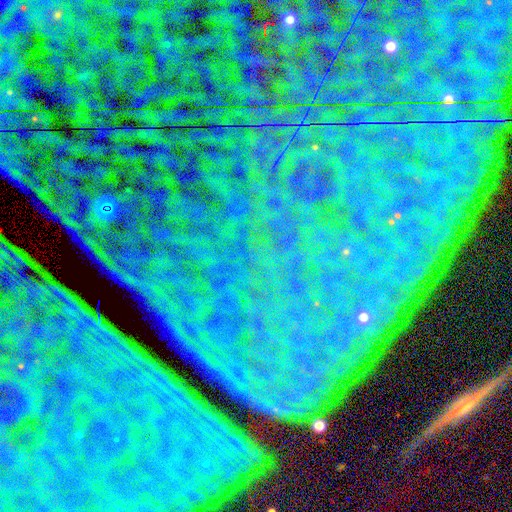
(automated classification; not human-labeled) smooth_or_featured: star or artifact (p=0.87) [alt: featured or disk p=0.07]